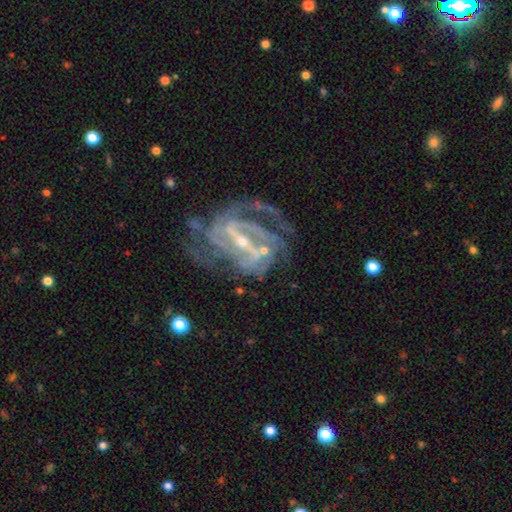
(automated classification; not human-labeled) Morphology: type=featured or disk (89%); edge-on=no (96%); bar=strong (63%); spiral arms=yes (96%); winding=tight (51%); arm count=2 (29%); bulge=small (71%); merging=none (62%).